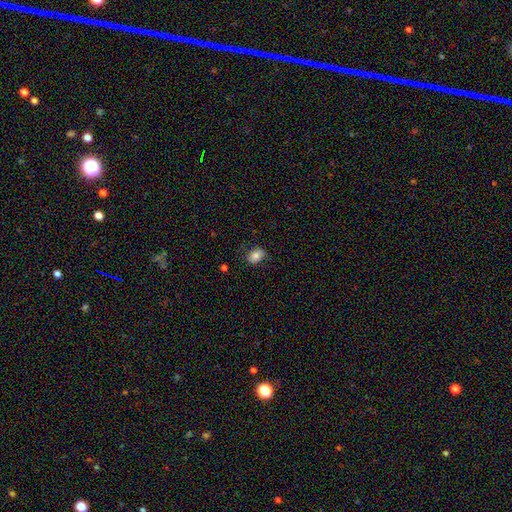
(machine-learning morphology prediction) smooth-or-featured: smooth: 81% | featured or disk: 10% | star or artifact: 9%
  how-rounded: in between: 74% | round: 25% | cigar-shaped: 1%
  merging: none: 81% | minor disturbance: 15% | major disturbance: 3% | merger: 1%